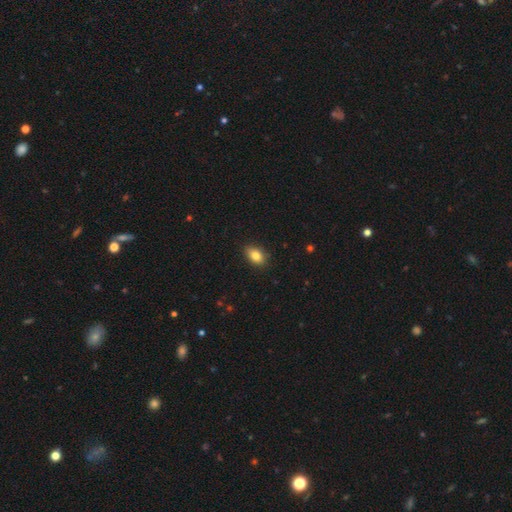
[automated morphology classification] type=smooth (83%); roundness=in between (84%); merging=none (86%).